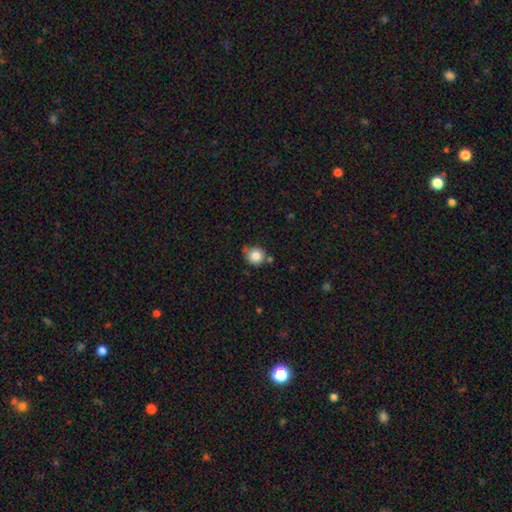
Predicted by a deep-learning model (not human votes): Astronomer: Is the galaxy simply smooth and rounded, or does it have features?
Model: smooth — 81%.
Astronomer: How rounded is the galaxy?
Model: round — 87%.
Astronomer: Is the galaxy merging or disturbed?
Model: none — 64%.